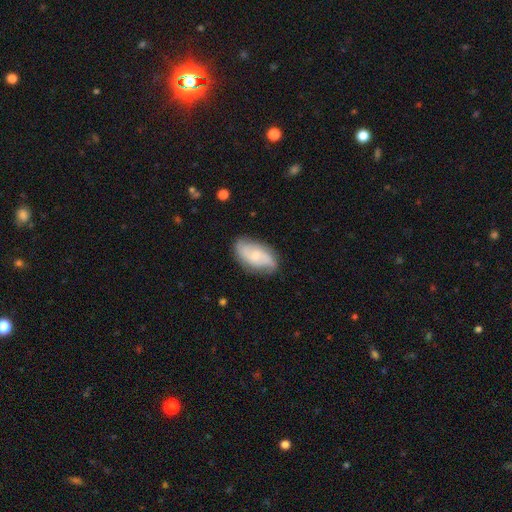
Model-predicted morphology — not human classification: Smooth or featured? featured or disk (66%)
Edge-on disk? no (95%)
Bar? no (63%)
Spiral arms? yes (91%)
Spiral winding? medium (43%)
Spiral arm count? 2 (69%)
Bulge size? small (59%)
Merging? none (75%)